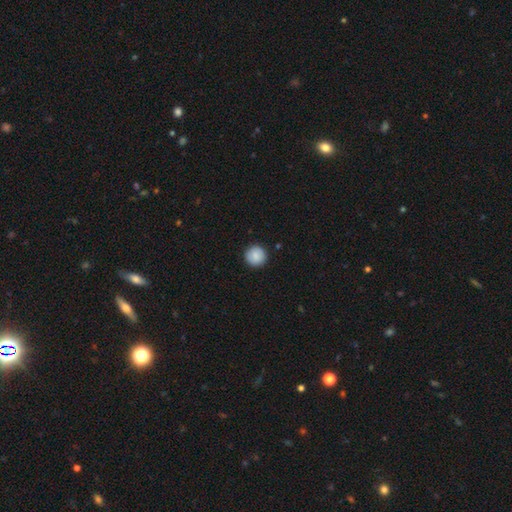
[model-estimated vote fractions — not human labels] Q: Smooth or featured?
A: smooth (88%); runner-up: star or artifact (7%)
Q: How rounded?
A: round (96%); runner-up: in between (3%)
Q: Merging?
A: none (92%); runner-up: minor disturbance (5%)